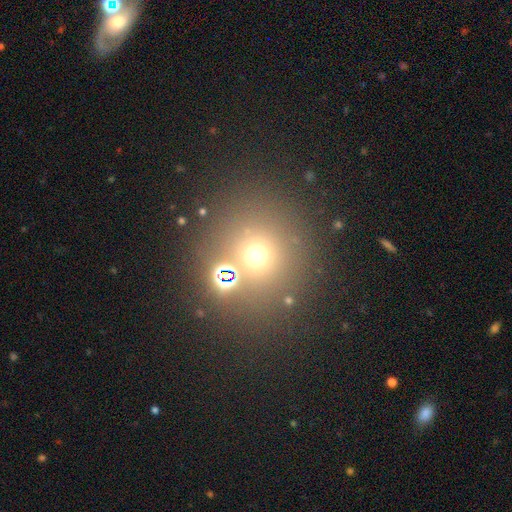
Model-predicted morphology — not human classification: smooth_or_featured: smooth (p=0.60) [alt: star or artifact p=0.30]
how_rounded: round (p=0.89) [alt: in between p=0.09]
merging: none (p=0.76) [alt: merger p=0.11]